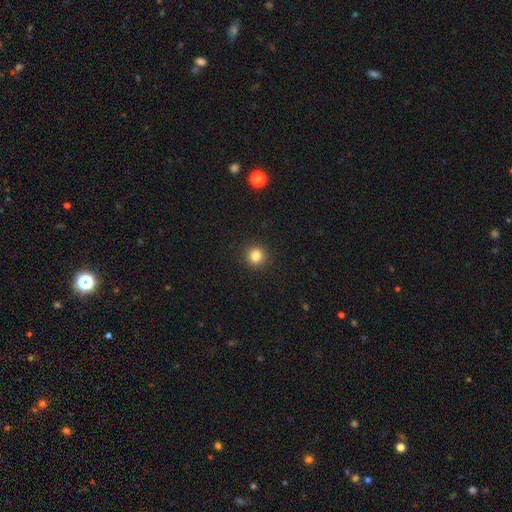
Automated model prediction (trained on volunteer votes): Smooth or featured? smooth (84%)
How rounded? round (94%)
Merging? none (92%)